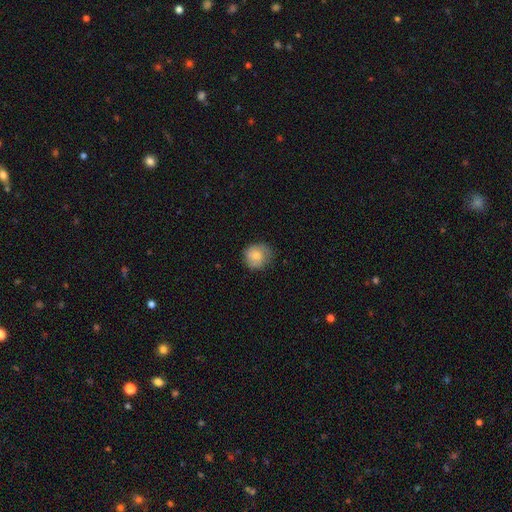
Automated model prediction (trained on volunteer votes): smooth 77%, featured or disk 15%, star or artifact 8%. Down the decision tree: how rounded — round (86%); merging — none (70%).